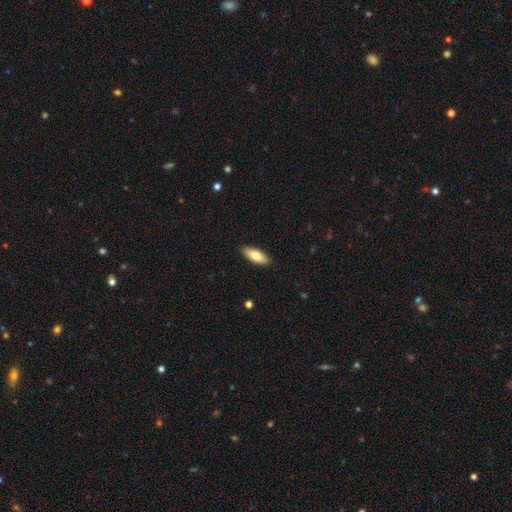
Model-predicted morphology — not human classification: smooth_or_featured: smooth (p=0.79) [alt: featured or disk p=0.15]
how_rounded: in between (p=0.78) [alt: cigar-shaped p=0.20]
merging: none (p=0.89) [alt: minor disturbance p=0.08]